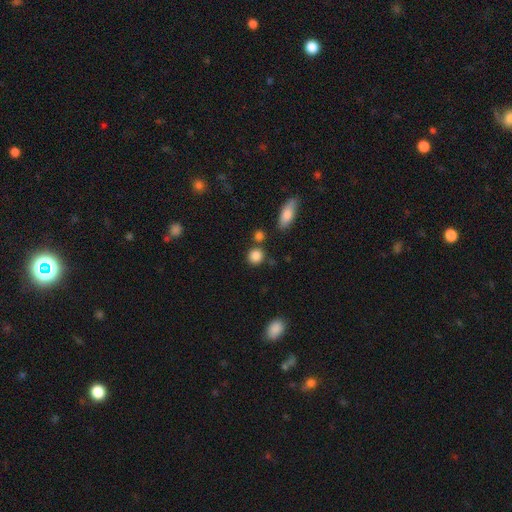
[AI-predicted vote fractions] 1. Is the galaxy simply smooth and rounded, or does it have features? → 86% smooth, 9% star or artifact, 5% featured or disk.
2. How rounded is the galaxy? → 86% round, 13% in between, 2% cigar-shaped.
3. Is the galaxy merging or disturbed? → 76% none, 11% merger, 10% minor disturbance, 4% major disturbance.